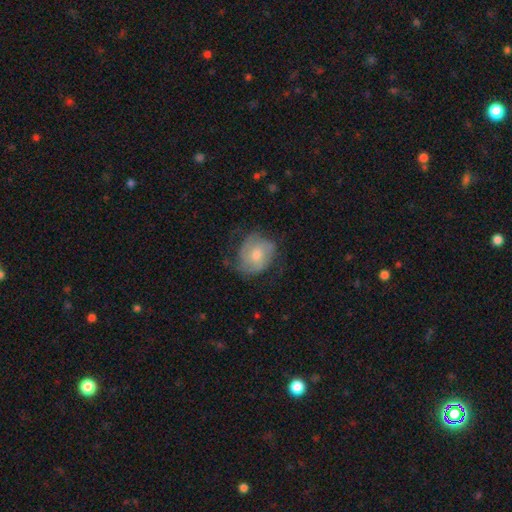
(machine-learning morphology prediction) type=featured or disk (56%); edge-on=no (97%); bar=no (68%); spiral arms=yes (81%); bulge=moderate (60%); merging=none (59%).